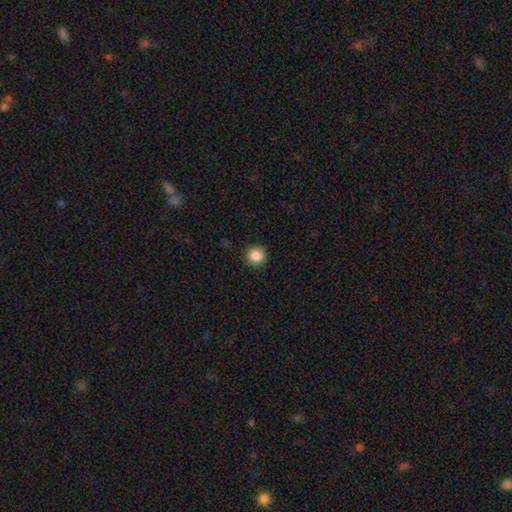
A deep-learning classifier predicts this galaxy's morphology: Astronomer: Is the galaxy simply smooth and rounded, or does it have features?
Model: smooth — 87%.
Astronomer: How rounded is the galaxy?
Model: round — 93%.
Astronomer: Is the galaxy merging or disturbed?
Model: none — 91%.